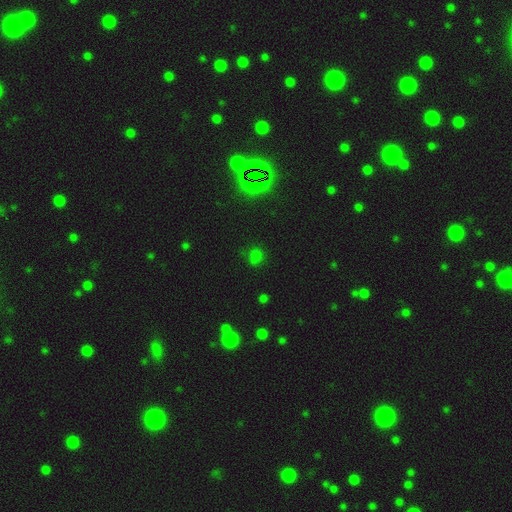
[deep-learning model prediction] Smooth or featured? Predicted: smooth (p=0.58). How rounded? Predicted: round (p=0.75). Merging? Predicted: none (p=0.71).